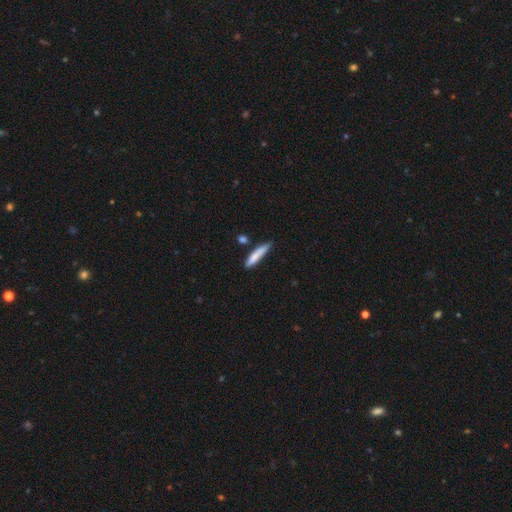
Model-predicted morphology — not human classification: type=smooth (80%); roundness=cigar-shaped (88%); merging=none (66%).